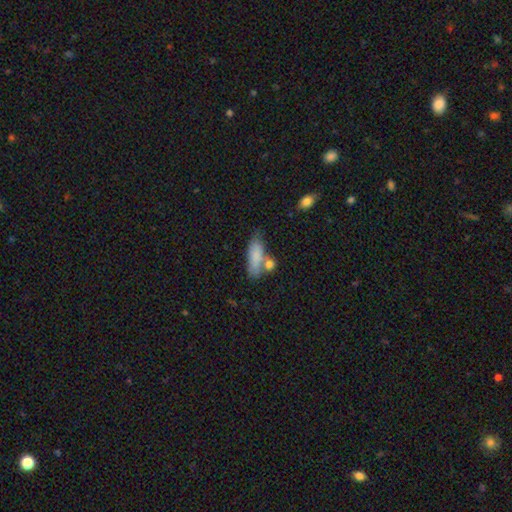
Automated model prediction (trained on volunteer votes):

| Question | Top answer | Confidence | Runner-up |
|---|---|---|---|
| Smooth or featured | smooth | 80% | featured or disk (13%) |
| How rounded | in between | 69% | cigar-shaped (28%) |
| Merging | none | 48% | merger (25%) |